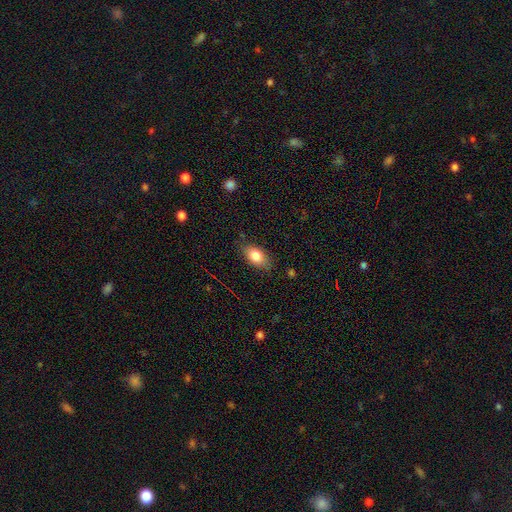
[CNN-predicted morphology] smooth-or-featured: smooth: 82% | featured or disk: 10% | star or artifact: 8%
  how-rounded: in between: 89% | round: 8% | cigar-shaped: 3%
  merging: none: 81% | minor disturbance: 15% | major disturbance: 3% | merger: 1%